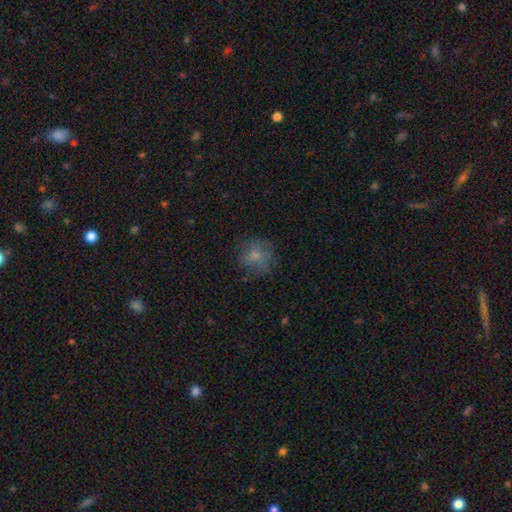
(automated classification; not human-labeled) Morphology: type=smooth (68%); roundness=round (79%); merging=none (66%).